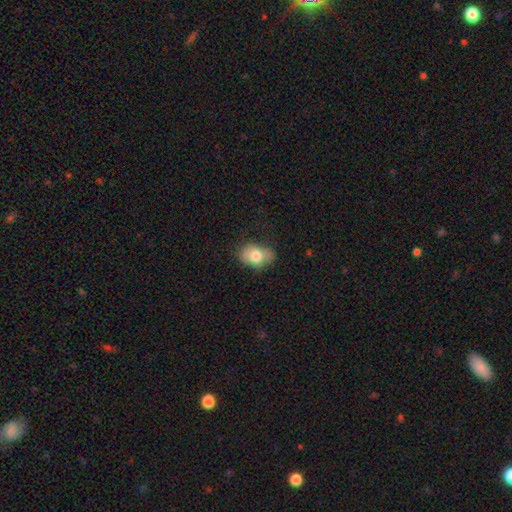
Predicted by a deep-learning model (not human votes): smooth 72%, featured or disk 20%, star or artifact 8%. Down the decision tree: how rounded — in between (81%); merging — none (61%).